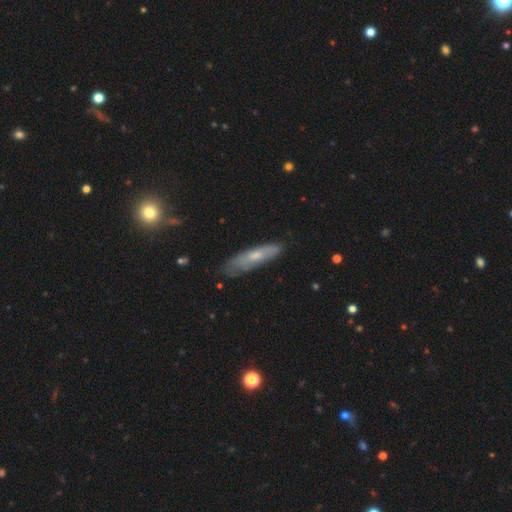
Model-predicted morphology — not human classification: Overall: smooth (49%; featured or disk 44%). Merging: none (72%).